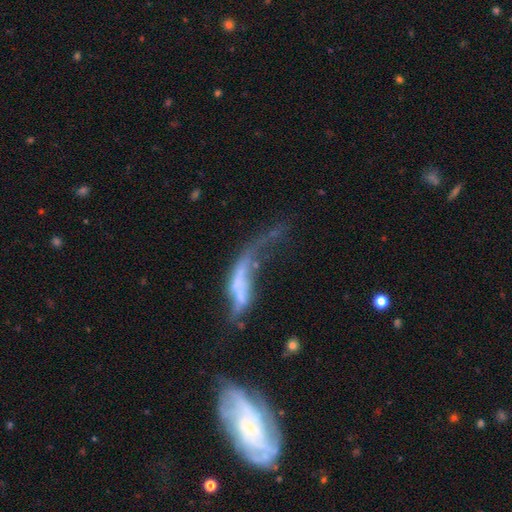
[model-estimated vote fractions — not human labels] Smooth or featured: featured or disk — 58% (smooth — 28%)
Edge-on disk: no — 80% (yes — 20%)
Merging: major disturbance — 45% (merger — 26%)